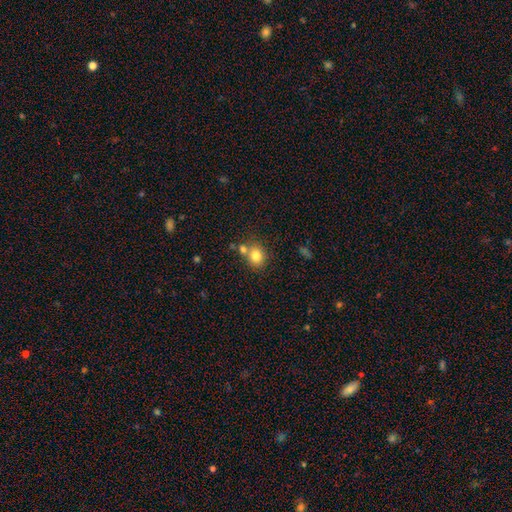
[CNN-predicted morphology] Smooth or featured? smooth (80%)
How rounded? round (69%)
Merging? none (62%)